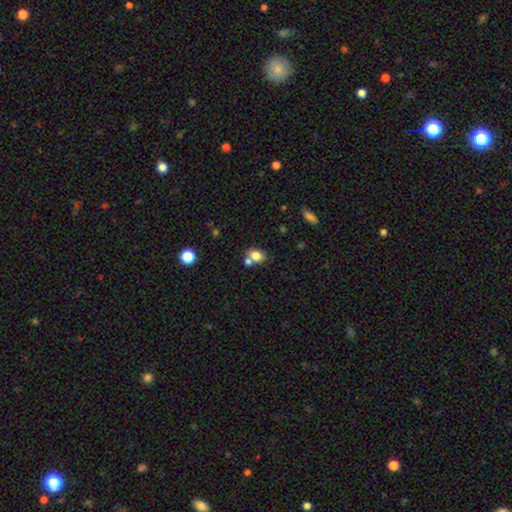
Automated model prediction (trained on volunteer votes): Overall: smooth (79%). How rounded: in between (59%; round 40%). Merging: none (49%; merger 35%).